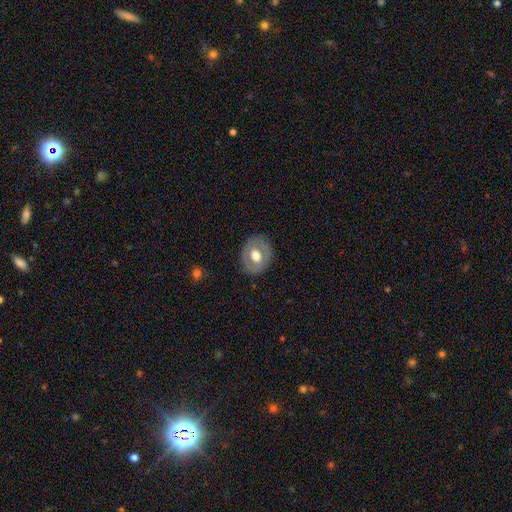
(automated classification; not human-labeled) A smooth galaxy with no disk features (50%).

Vote fractions:
- Smooth or featured? smooth: 50% / featured or disk: 44% / star or artifact: 6%
- Merging? none: 82% / minor disturbance: 12% / major disturbance: 4% / merger: 1%